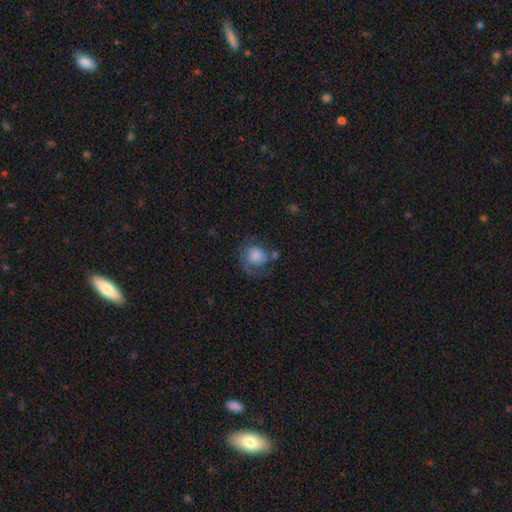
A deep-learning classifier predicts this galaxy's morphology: The model was most divided on "merging": none: 36%, major disturbance: 32%, minor disturbance: 25%, merger: 7%. More confident: how rounded — round (70%); smooth or featured — smooth (54%).